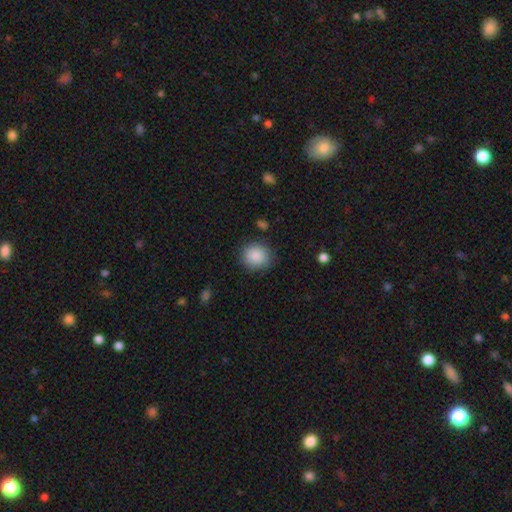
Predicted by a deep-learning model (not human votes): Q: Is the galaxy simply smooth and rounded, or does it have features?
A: smooth — 88%.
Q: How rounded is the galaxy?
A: round — 81%.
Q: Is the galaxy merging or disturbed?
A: none — 84%.